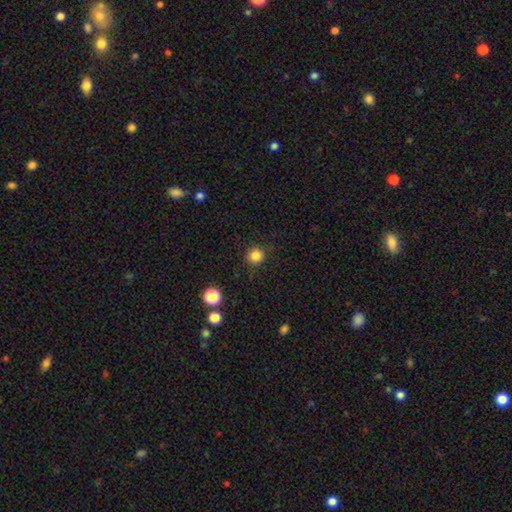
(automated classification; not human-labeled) A smooth galaxy with no disk features (85%) that is round (93%).

Vote fractions:
- Smooth or featured? smooth: 85% / star or artifact: 12% / featured or disk: 4%
- How rounded? round: 93% / in between: 6% / cigar-shaped: 1%
- Merging? none: 89% / minor disturbance: 7% / major disturbance: 3% / merger: 1%